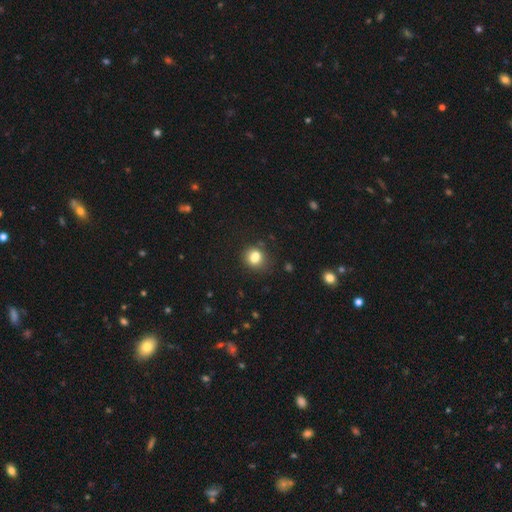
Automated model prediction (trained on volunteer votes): Smooth or featured? Predicted: smooth (p=0.80). How rounded? Predicted: round (p=0.67). Merging? Predicted: none (p=0.69).